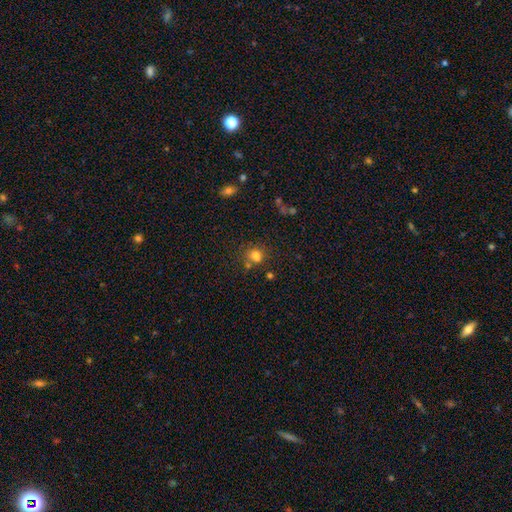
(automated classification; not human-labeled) Smooth or featured? Predicted: smooth (p=0.76). How rounded? Predicted: round (p=0.68). Merging? Predicted: none (p=0.56).